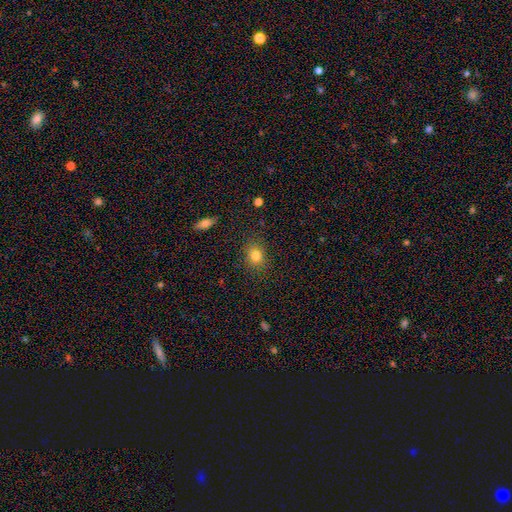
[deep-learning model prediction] Smooth or featured? Predicted: smooth (p=0.80). How rounded? Predicted: round (p=0.62). Merging? Predicted: none (p=0.86).